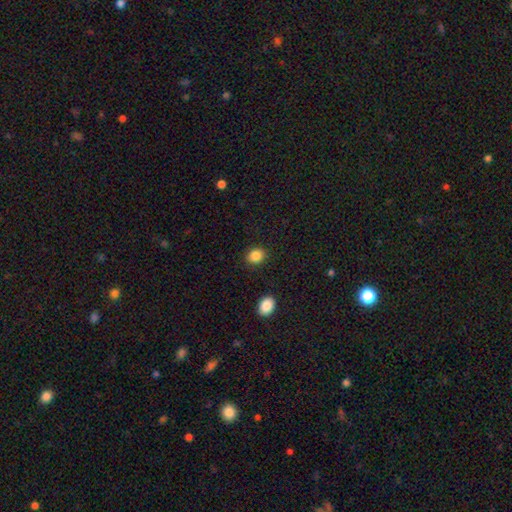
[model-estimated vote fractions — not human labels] smooth 87%, star or artifact 9%, featured or disk 4%. Down the decision tree: how rounded — round (65%); merging — none (89%).